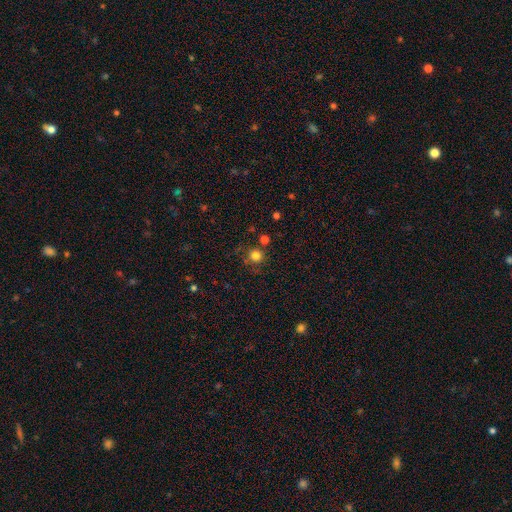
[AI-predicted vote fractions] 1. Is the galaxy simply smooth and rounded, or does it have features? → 80% smooth, 14% star or artifact, 6% featured or disk.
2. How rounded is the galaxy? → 93% round, 6% in between, 1% cigar-shaped.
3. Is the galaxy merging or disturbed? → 77% none, 11% minor disturbance, 7% merger, 5% major disturbance.